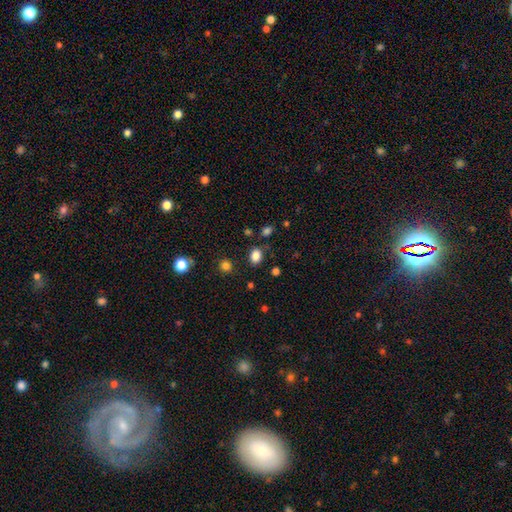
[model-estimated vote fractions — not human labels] The model was most divided on "how rounded": in between: 66%, round: 33%, cigar-shaped: 1%. More confident: smooth or featured — smooth (84%); merging — none (82%).